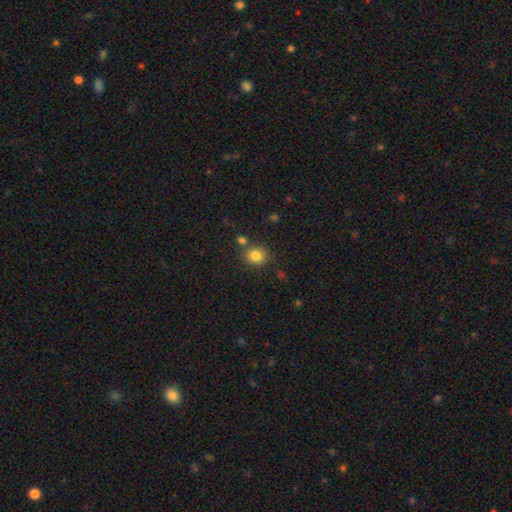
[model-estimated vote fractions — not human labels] Q: Smooth or featured?
A: smooth (82%); runner-up: star or artifact (11%)
Q: How rounded?
A: round (77%); runner-up: in between (22%)
Q: Merging?
A: none (76%); runner-up: merger (11%)